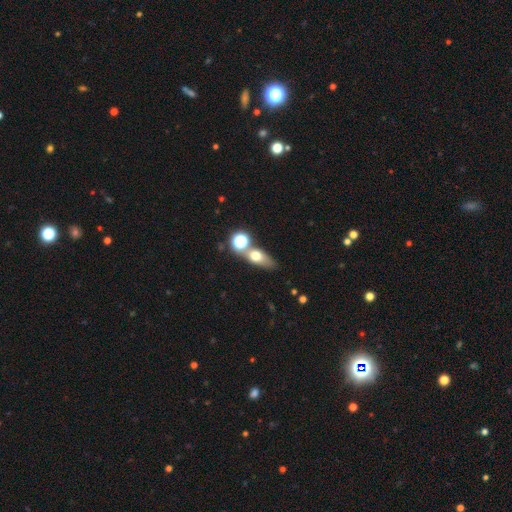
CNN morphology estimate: Smooth or featured: smooth — 64% (featured or disk — 21%)
How rounded: in between — 60% (round — 25%)
Merging: none — 50% (merger — 30%)